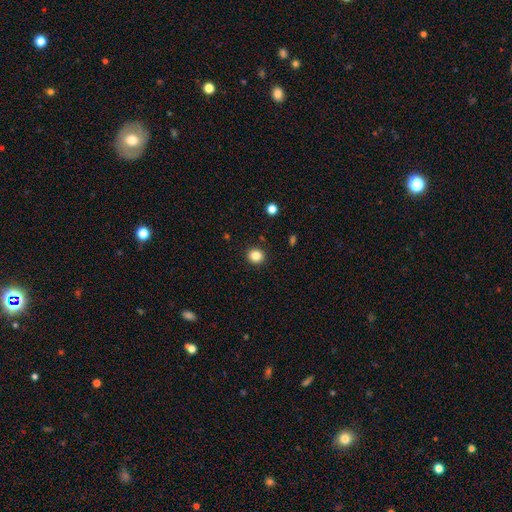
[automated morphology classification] Smooth or featured? smooth (84%)
How rounded? round (86%)
Merging? none (91%)